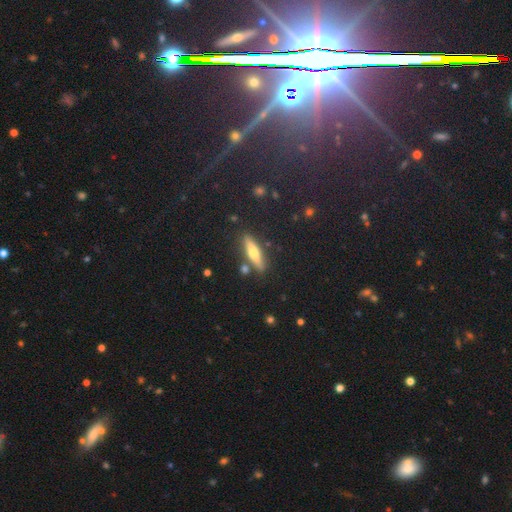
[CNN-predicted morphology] type=smooth (46%); merging=none (85%).